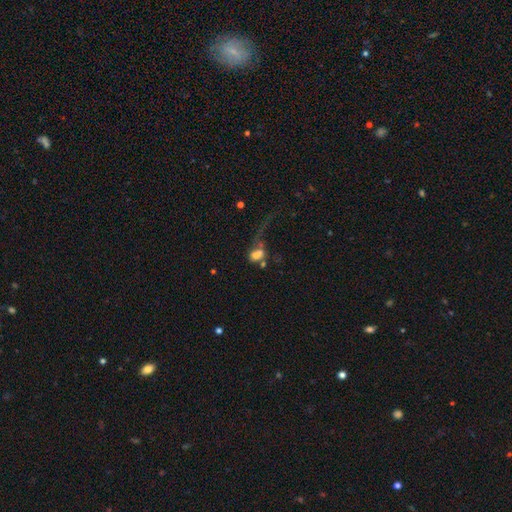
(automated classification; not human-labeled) Overall: smooth (57%; featured or disk 29%). How rounded: in between (63%; round 34%). Merging: merger (43%; major disturbance 35%).